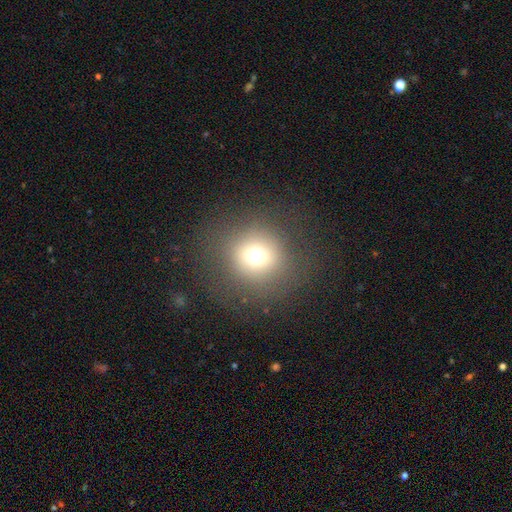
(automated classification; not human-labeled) Smooth or featured? smooth (68%)
How rounded? round (91%)
Merging? none (81%)